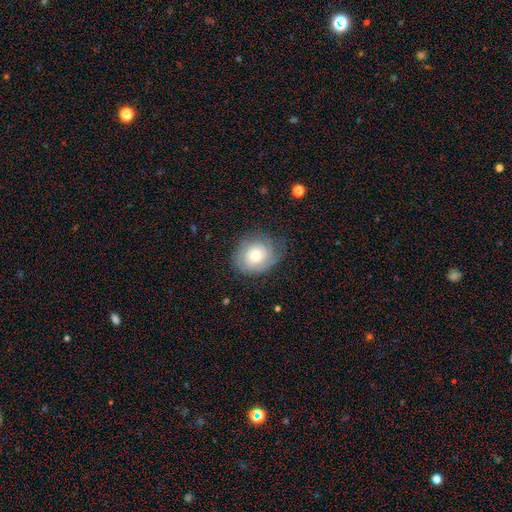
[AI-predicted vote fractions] Smooth or featured? Predicted: featured or disk (p=0.55). Edge-on disk? Predicted: no (p=0.96). Bar? Predicted: no (p=0.82). Spiral arms? Predicted: yes (p=0.82). Bulge size? Predicted: moderate (p=0.58). Merging? Predicted: none (p=0.70).